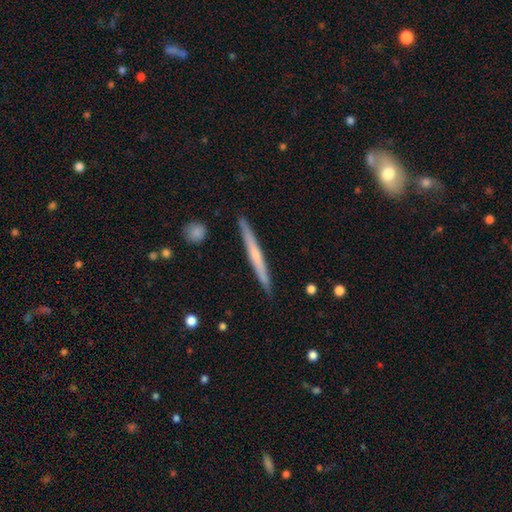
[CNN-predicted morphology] Smooth or featured? featured or disk (53%)
Edge-on disk? yes (97%)
Edge-on bulge? none (63%)
Merging? none (91%)